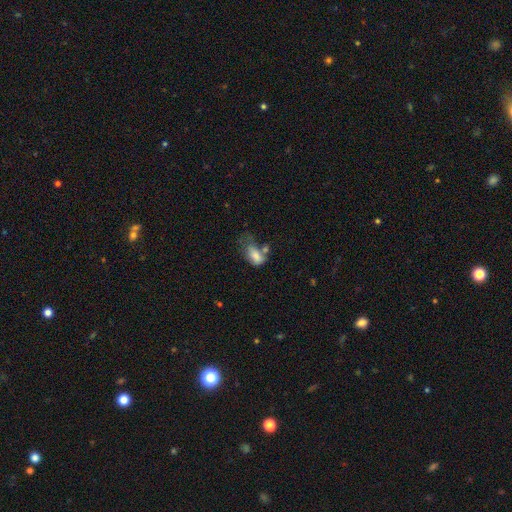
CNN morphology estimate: type=smooth (73%); roundness=in between (89%); merging=major disturbance (32%).